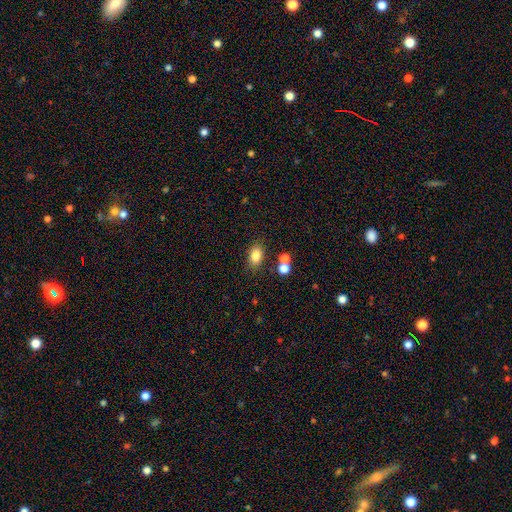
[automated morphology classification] A smooth galaxy with no disk features (82%) that is in between round and cigar-shaped (81%).

Vote fractions:
- Smooth or featured? smooth: 82% / star or artifact: 10% / featured or disk: 8%
- How rounded? in between: 81% / round: 17% / cigar-shaped: 2%
- Merging? none: 76% / minor disturbance: 11% / merger: 9% / major disturbance: 4%